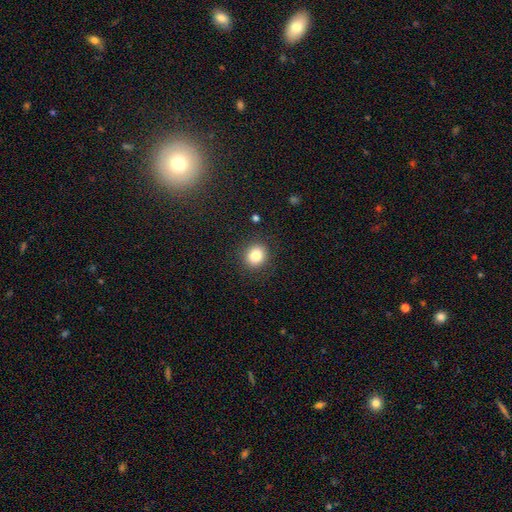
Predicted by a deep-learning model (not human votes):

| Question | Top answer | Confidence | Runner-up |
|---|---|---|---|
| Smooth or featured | smooth | 84% | star or artifact (10%) |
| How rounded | round | 79% | in between (20%) |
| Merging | none | 89% | minor disturbance (7%) |